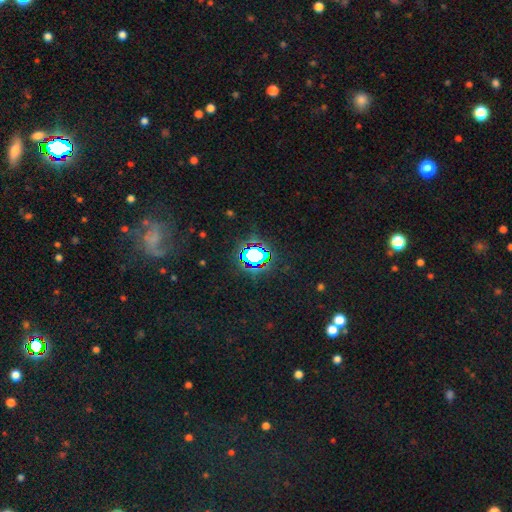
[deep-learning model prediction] The model was most divided on "smooth or featured": star or artifact: 70%, smooth: 19%, featured or disk: 12%.